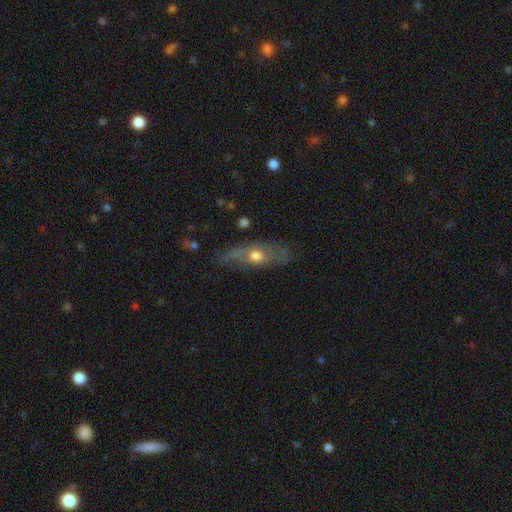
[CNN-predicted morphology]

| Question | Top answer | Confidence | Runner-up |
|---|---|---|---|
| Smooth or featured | featured or disk | 53% | smooth (40%) |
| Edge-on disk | no | 65% | yes (35%) |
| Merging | none | 60% | minor disturbance (25%) |